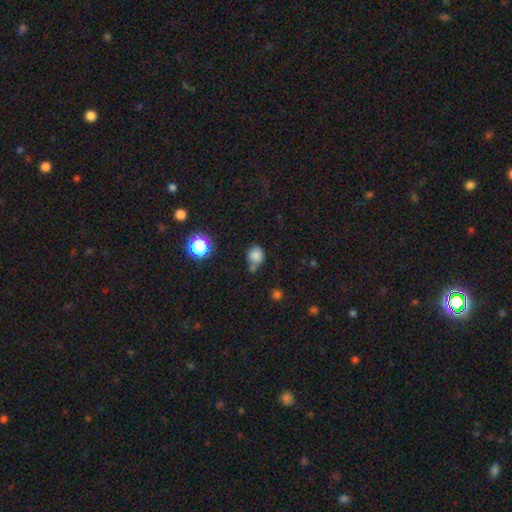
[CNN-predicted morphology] Q: Smooth or featured?
A: smooth (80%); runner-up: star or artifact (14%)
Q: How rounded?
A: round (78%); runner-up: in between (20%)
Q: Merging?
A: none (55%); runner-up: minor disturbance (20%)